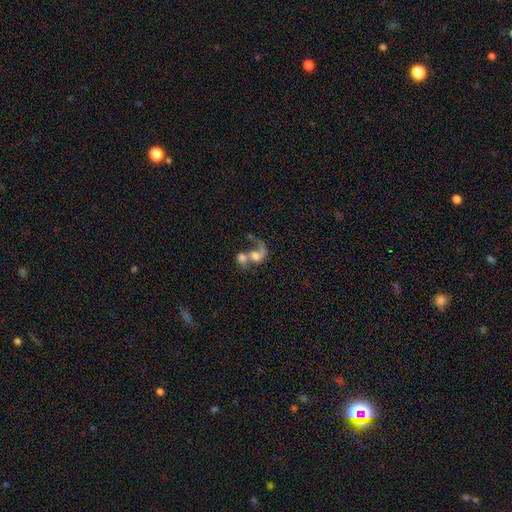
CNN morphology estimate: This is possibly a featured or disk galaxy (52%). It is clearly not viewed edge-on (97%). Bar: likely no (75%). Spiral arm pattern: likely yes (66%). Central bulge: marginally moderate (30%). Merging: likely merger (73%).